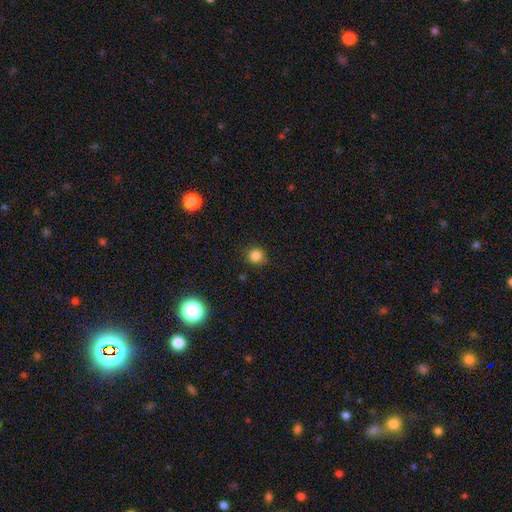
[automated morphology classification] Smooth or featured? Predicted: smooth (p=0.83). How rounded? Predicted: round (p=0.93). Merging? Predicted: none (p=0.86).